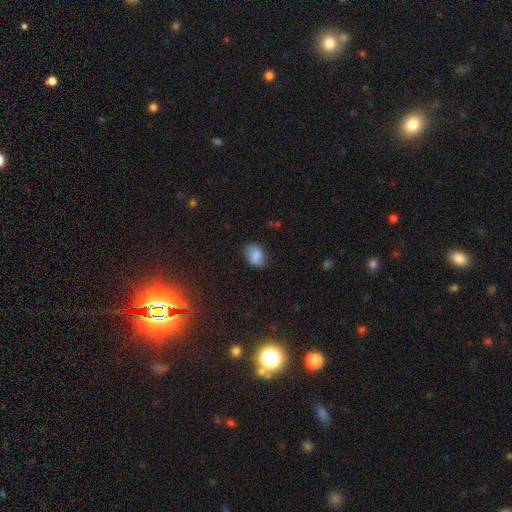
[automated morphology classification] smooth-or-featured: smooth: 81% | featured or disk: 10% | star or artifact: 9%
  how-rounded: in between: 73% | round: 26% | cigar-shaped: 1%
  merging: none: 69% | minor disturbance: 24% | major disturbance: 6% | merger: 2%